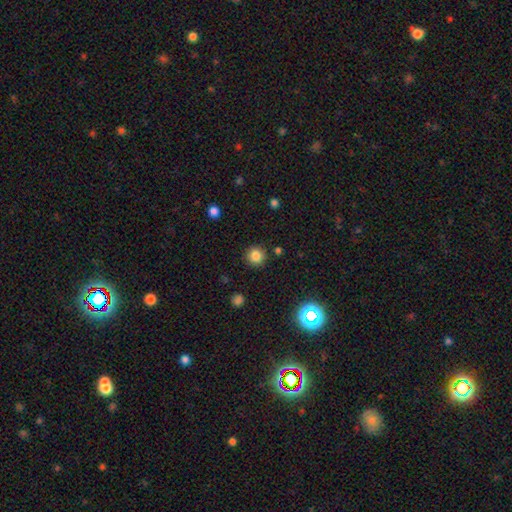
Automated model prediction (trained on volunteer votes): A smooth galaxy with no disk features (83%) that is round (94%).

Vote fractions:
- Smooth or featured? smooth: 83% / star or artifact: 12% / featured or disk: 5%
- How rounded? round: 94% / in between: 5% / cigar-shaped: 1%
- Merging? none: 90% / minor disturbance: 6% / major disturbance: 2% / merger: 2%